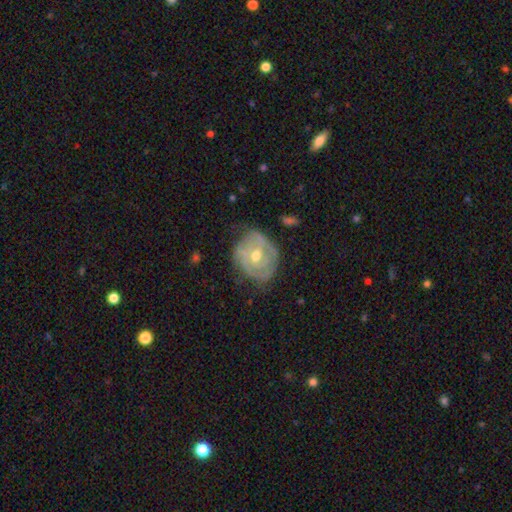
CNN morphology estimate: Smooth or featured? Predicted: featured or disk (p=0.78). Edge-on disk? Predicted: no (p=0.97). Bar? Predicted: no (p=0.58). Spiral arms? Predicted: yes (p=0.82). Spiral winding? Predicted: tight (p=0.66). Spiral arm count? Predicted: can't tell (p=0.37). Bulge size? Predicted: moderate (p=0.70). Merging? Predicted: none (p=0.64).